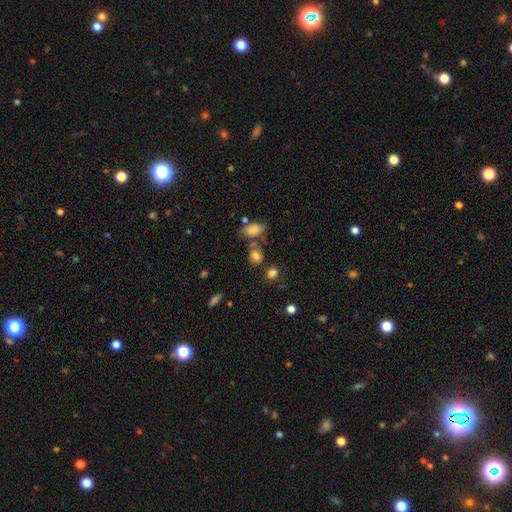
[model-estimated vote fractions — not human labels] A smooth galaxy with no disk features (78%) that is in between round and cigar-shaped (50%).

Vote fractions:
- Smooth or featured? smooth: 78% / star or artifact: 14% / featured or disk: 8%
- How rounded? in between: 50% / round: 49% / cigar-shaped: 2%
- Merging? none: 61% / merger: 17% / minor disturbance: 15% / major disturbance: 6%